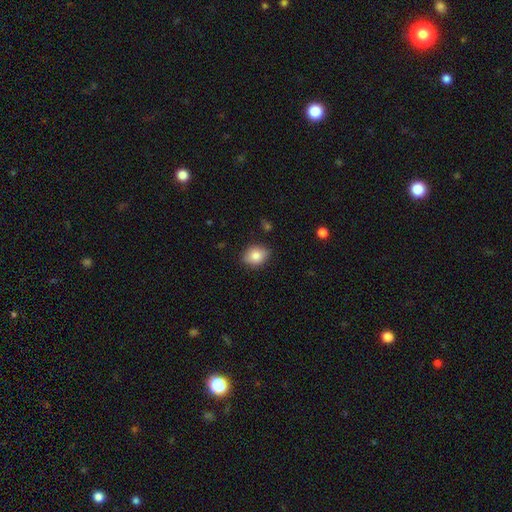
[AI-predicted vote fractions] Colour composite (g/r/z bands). It shows a smooth galaxy with no disk features (83%) that is in between round and cigar-shaped (52%). Merging: none (81%).